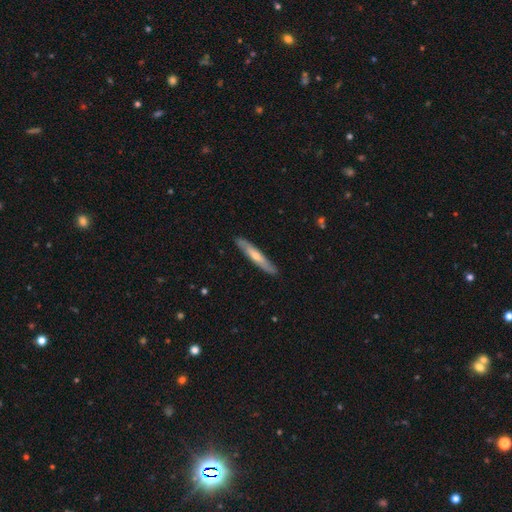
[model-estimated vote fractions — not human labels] Overall: featured or disk (50%; smooth 45%). Merging: none (88%).